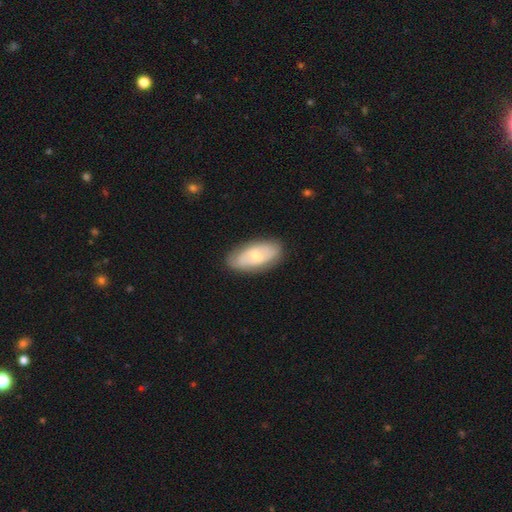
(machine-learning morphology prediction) smooth-or-featured: smooth: 48% | featured or disk: 46% | star or artifact: 6%
  merging: none: 82% | minor disturbance: 14% | major disturbance: 3% | merger: 1%